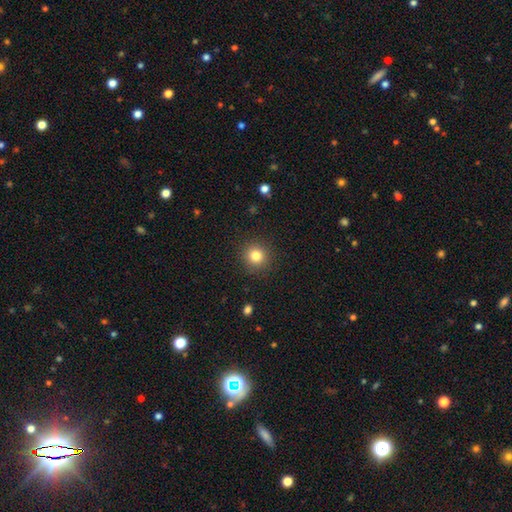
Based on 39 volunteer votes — This appears to be a smooth galaxy with no disk features (79%) that is round (97%). Merging: none (94%).